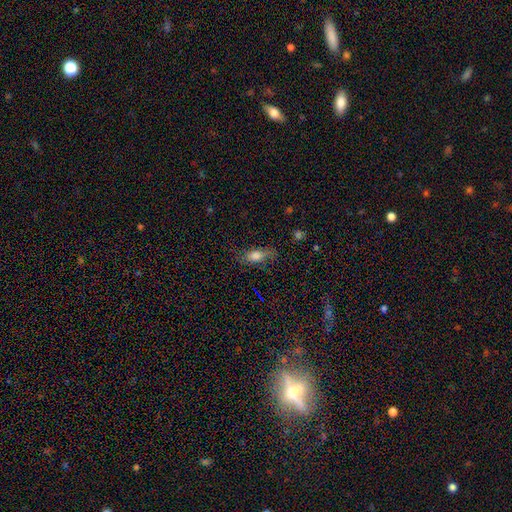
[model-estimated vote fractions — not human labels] A smooth galaxy with no disk features (68%) that is in between round and cigar-shaped (76%).

Vote fractions:
- Smooth or featured? smooth: 68% / featured or disk: 19% / star or artifact: 13%
- How rounded? in between: 76% / cigar-shaped: 16% / round: 8%
- Merging? none: 67% / minor disturbance: 22% / major disturbance: 9% / merger: 2%